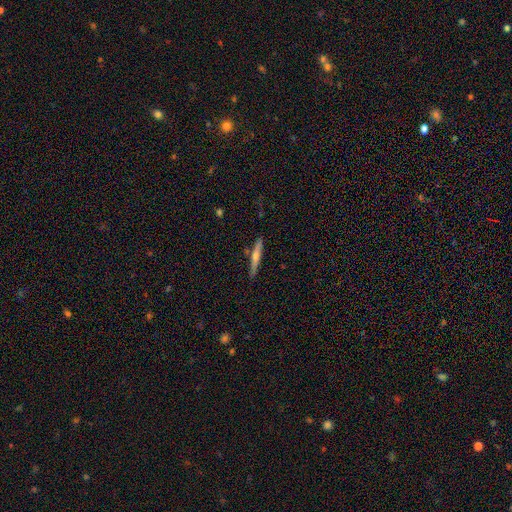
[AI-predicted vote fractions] smooth-or-featured: featured or disk: 60% | smooth: 33% | star or artifact: 6%
  disk-edge-on: yes: 97% | no: 3%
    edge-on-bulge: rounded: 81% | none: 14% | boxy: 5%
  merging: none: 87% | minor disturbance: 9% | merger: 2% | major disturbance: 2%